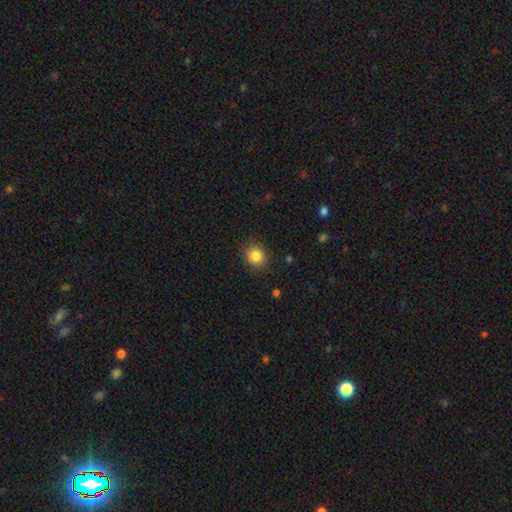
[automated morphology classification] Overall: smooth (84%). How rounded: round (73%). Merging: none (85%).